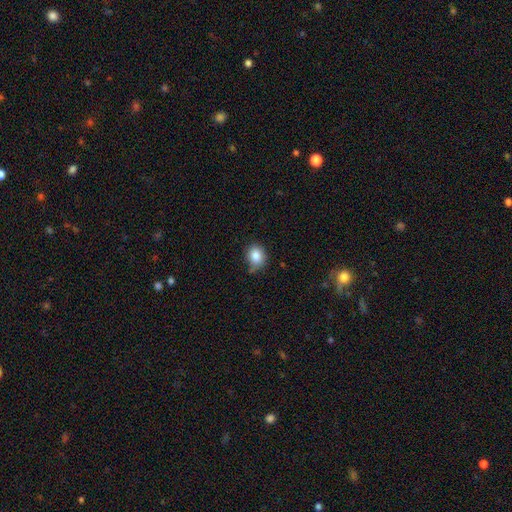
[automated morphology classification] A smooth galaxy with no disk features (84%) that is round (62%).

Vote fractions:
- Smooth or featured? smooth: 84% / star or artifact: 10% / featured or disk: 6%
- How rounded? round: 62% / in between: 37% / cigar-shaped: 1%
- Merging? none: 71% / minor disturbance: 22% / major disturbance: 4% / merger: 3%